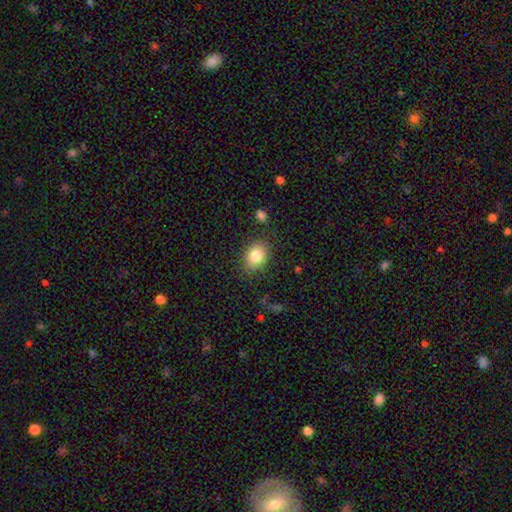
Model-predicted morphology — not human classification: type=smooth (84%); roundness=in between (67%); merging=none (83%).